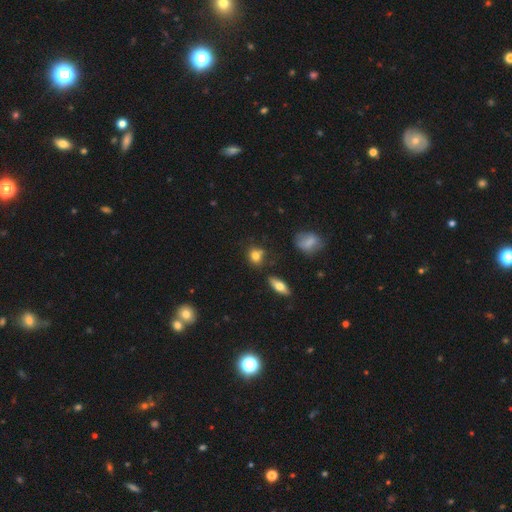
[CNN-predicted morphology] smooth-or-featured: smooth: 78% | star or artifact: 11% | featured or disk: 11%
  how-rounded: round: 55% | in between: 42% | cigar-shaped: 3%
  merging: none: 62% | minor disturbance: 19% | merger: 13% | major disturbance: 6%